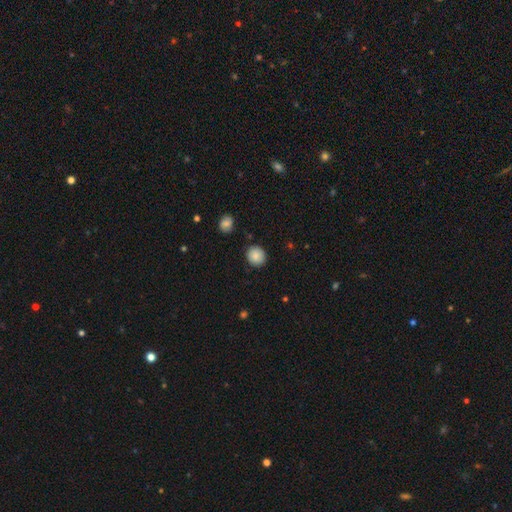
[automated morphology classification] Smooth or featured: smooth — 86% (star or artifact — 9%)
How rounded: round — 85% (in between — 15%)
Merging: none — 87% (minor disturbance — 9%)